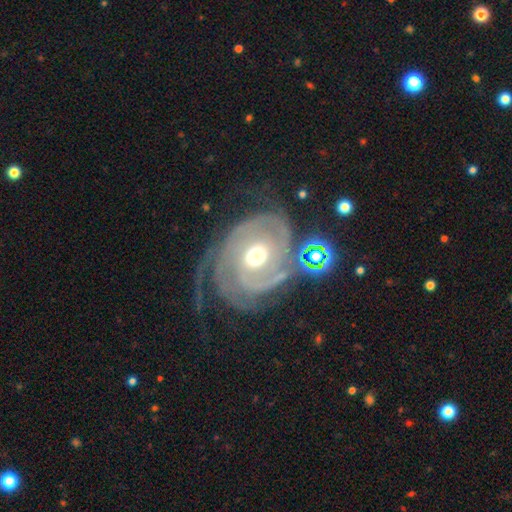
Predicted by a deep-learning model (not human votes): Smooth or featured?
  - featured or disk: 88% *
  - smooth: 7%
  - star or artifact: 5%
Edge-on disk?
  - no: 97% *
  - yes: 3%
Bar?
  - no: 66% *
  - weak: 26%
  - strong: 9%
Spiral arms?
  - yes: 93% *
  - no: 7%
Spiral winding?
  - tight: 51% *
  - medium: 35%
  - loose: 14%
Spiral arm count?
  - 2: 59% *
  - can't tell: 15%
  - 3: 10%
  - 1: 7%
  - 4: 5%
  - more than 4: 5%
Bulge size?
  - moderate: 72% *
  - large: 13%
  - small: 12%
  - dominant: 2%
  - none: 1%
Merging?
  - none: 47% *
  - major disturbance: 23%
  - minor disturbance: 19%
  - merger: 11%